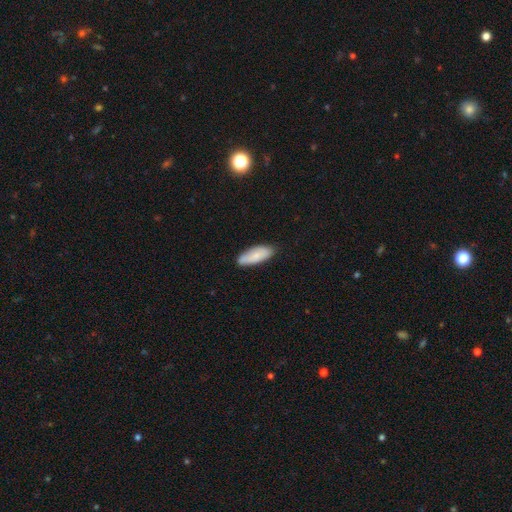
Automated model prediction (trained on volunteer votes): Morphology: type=smooth (76%); roundness=in between (73%); merging=none (77%).